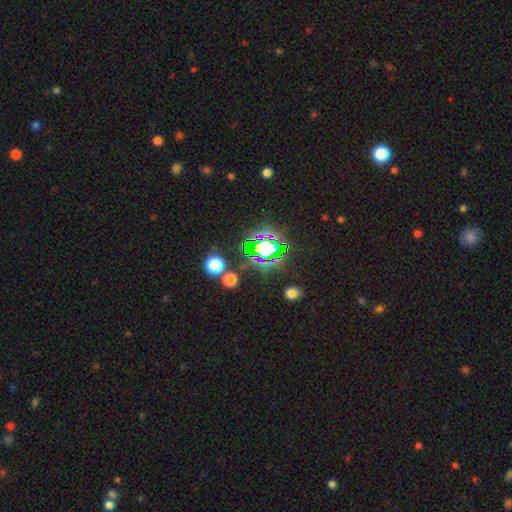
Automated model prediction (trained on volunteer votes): smooth_or_featured: star or artifact (p=0.80) [alt: smooth p=0.13]